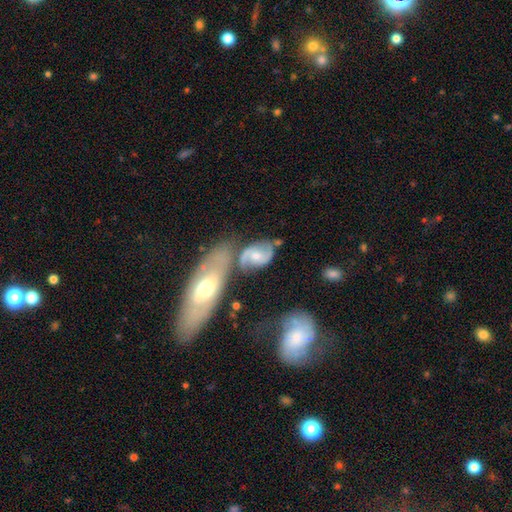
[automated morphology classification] The model was most divided on "spiral winding": medium: 46%, loose: 35%, tight: 19%. Remaining: edge-on disk — no (95%); spiral arms — yes (88%); spiral arm count — 2 (87%); smooth or featured — featured or disk (69%); bulge size — moderate (56%); bar — no (50%); merging — none (43%).